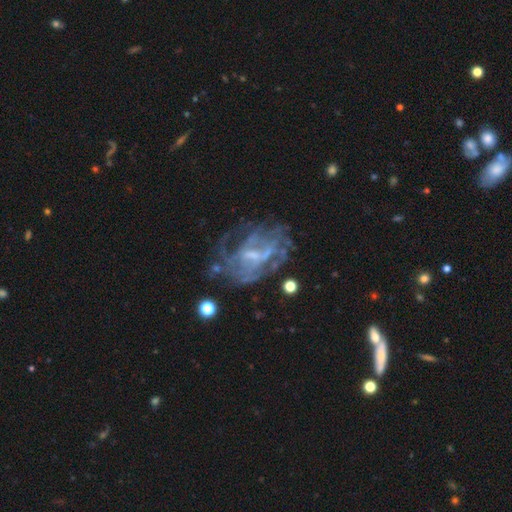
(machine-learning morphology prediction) The model was most divided on "bar": weak: 48%, no: 36%, strong: 16%. More confident: edge-on disk — no (97%); smooth or featured — featured or disk (77%); spiral arms — yes (65%); bulge size — small (52%); merging — none (51%).